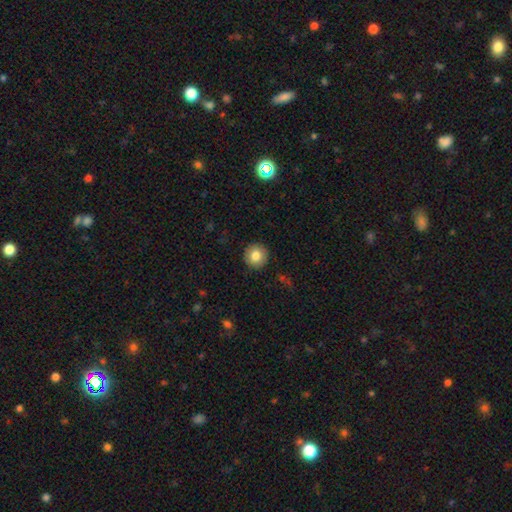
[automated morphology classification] Smooth or featured?
  - smooth: 82% *
  - featured or disk: 9%
  - star or artifact: 8%
How rounded?
  - round: 94% *
  - in between: 5%
  - cigar-shaped: 1%
Merging?
  - none: 92% *
  - minor disturbance: 6%
  - major disturbance: 2%
  - merger: 1%